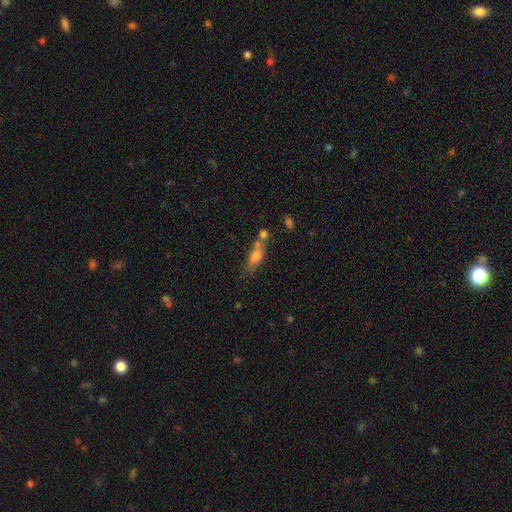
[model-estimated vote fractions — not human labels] Smooth or featured? smooth (67%)
How rounded? in between (58%)
Merging? none (42%)